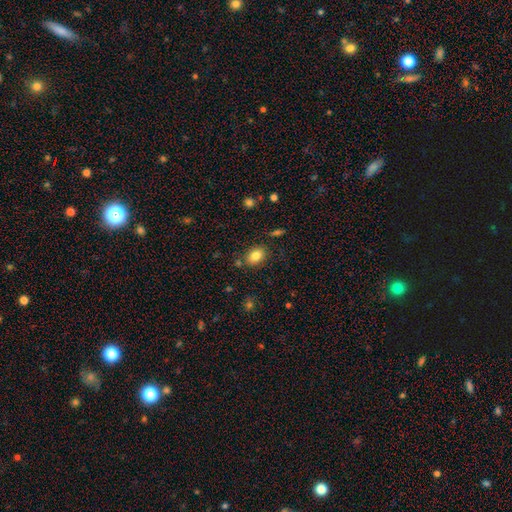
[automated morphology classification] Smooth or featured?
  - smooth: 83% *
  - featured or disk: 9%
  - star or artifact: 9%
How rounded?
  - in between: 78% *
  - round: 20%
  - cigar-shaped: 1%
Merging?
  - none: 80% *
  - minor disturbance: 12%
  - merger: 5%
  - major disturbance: 3%